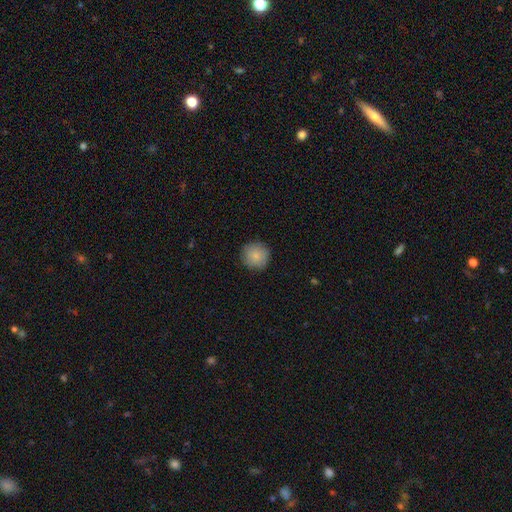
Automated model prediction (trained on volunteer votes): Smooth or featured? Predicted: smooth (p=0.87). How rounded? Predicted: round (p=0.95). Merging? Predicted: none (p=0.89).